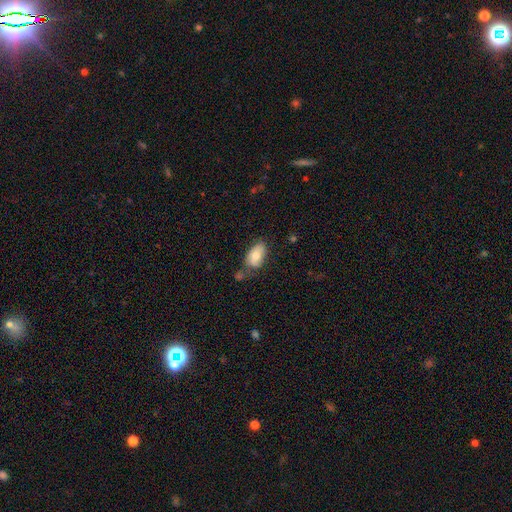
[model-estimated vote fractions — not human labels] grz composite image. It shows a smooth galaxy with no disk features (74%) that is in between round and cigar-shaped (93%). Merging: none (55%).